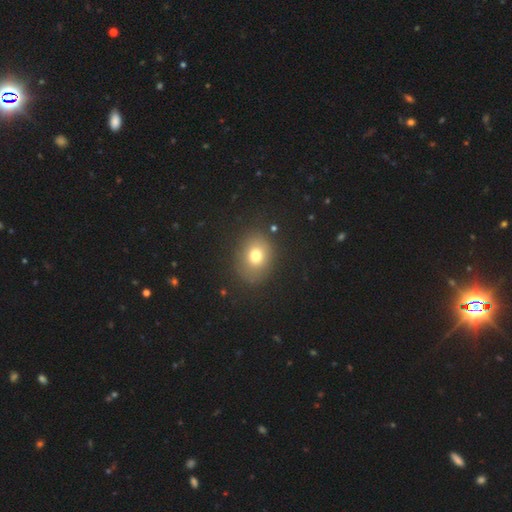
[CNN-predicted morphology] smooth-or-featured: smooth: 73% | star or artifact: 15% | featured or disk: 12%
  how-rounded: round: 55% | in between: 44% | cigar-shaped: 1%
  merging: none: 83% | minor disturbance: 11% | major disturbance: 4% | merger: 2%